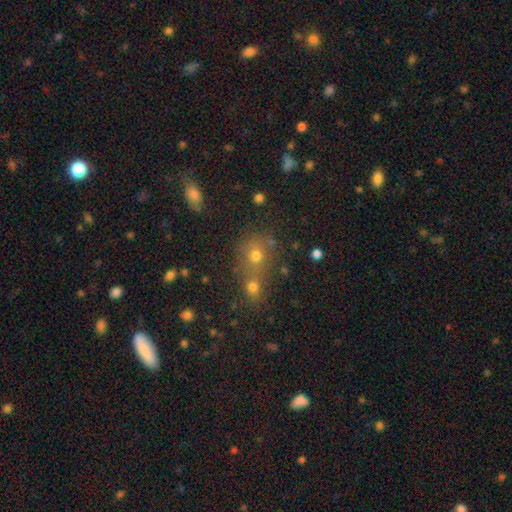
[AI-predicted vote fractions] A smooth galaxy with no disk features (52%) that is round (78%). Merging: none (51%).